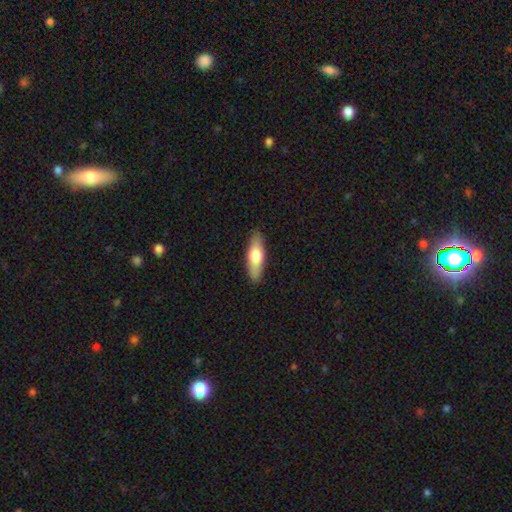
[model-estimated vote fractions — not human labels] A smooth galaxy with no disk features (67%) that is in between round and cigar-shaped (53%).

Vote fractions:
- Smooth or featured? smooth: 67% / featured or disk: 27% / star or artifact: 6%
- How rounded? in between: 53% / cigar-shaped: 44% / round: 2%
- Merging? none: 87% / minor disturbance: 10% / major disturbance: 2% / merger: 1%